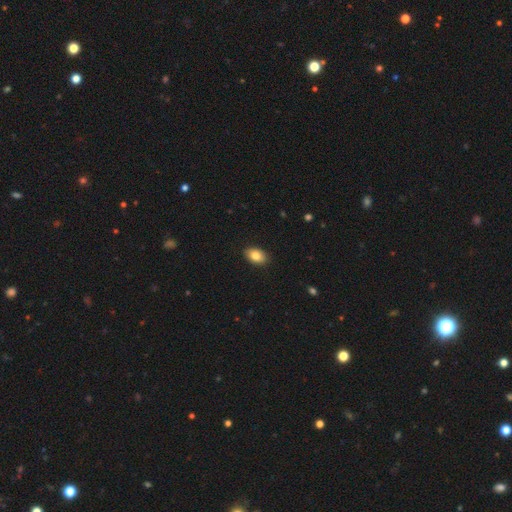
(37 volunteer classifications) Overall: smooth (78%). How rounded: in between (83%). Merging: none (94%).